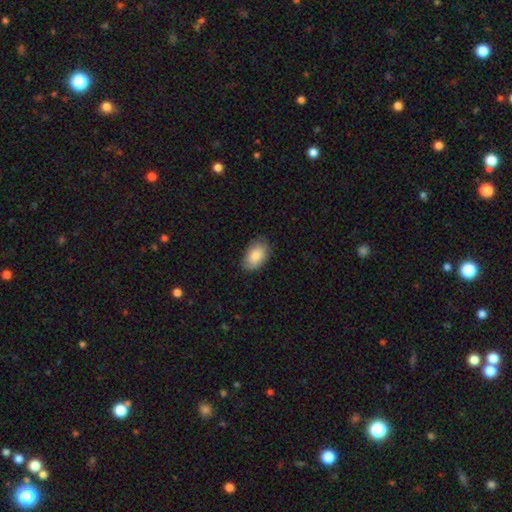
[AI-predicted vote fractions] This is clearly a smooth galaxy (87%). How rounded: clearly in between (92%). Merging: clearly none (83%).